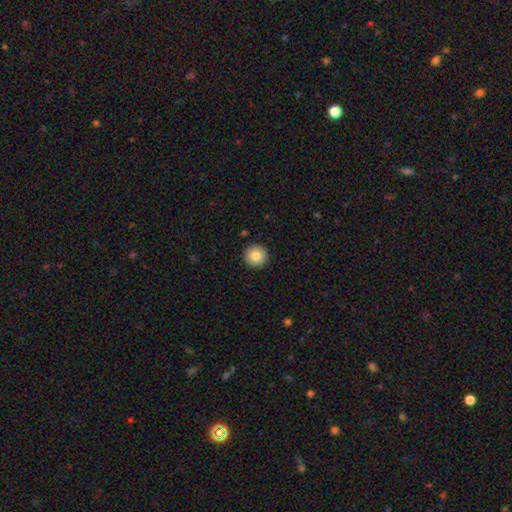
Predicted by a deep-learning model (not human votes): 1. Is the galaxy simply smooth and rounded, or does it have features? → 85% smooth, 9% star or artifact, 7% featured or disk.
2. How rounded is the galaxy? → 96% round, 3% in between, 1% cigar-shaped.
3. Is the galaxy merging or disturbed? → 93% none, 5% minor disturbance, 1% major disturbance, 1% merger.